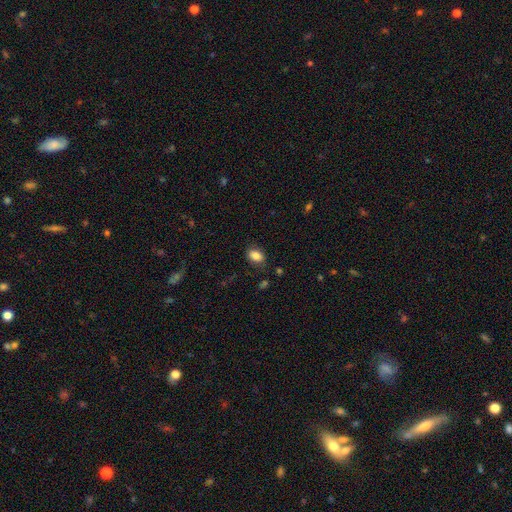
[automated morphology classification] Q: Smooth or featured?
A: smooth (84%); runner-up: star or artifact (9%)
Q: How rounded?
A: in between (83%); runner-up: round (16%)
Q: Merging?
A: none (80%); runner-up: minor disturbance (14%)